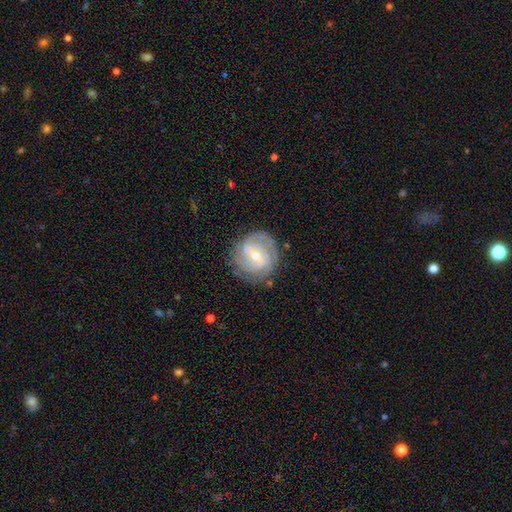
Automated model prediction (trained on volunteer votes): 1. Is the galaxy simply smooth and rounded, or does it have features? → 87% featured or disk, 8% smooth, 5% star or artifact.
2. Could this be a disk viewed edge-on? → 98% no, 2% yes.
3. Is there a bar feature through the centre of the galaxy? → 47% weak, 31% no, 21% strong.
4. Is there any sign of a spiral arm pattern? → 97% yes, 3% no.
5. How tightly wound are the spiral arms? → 69% tight, 26% medium, 5% loose.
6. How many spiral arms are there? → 31% 3, 28% 2, 20% can't tell, 11% 4, 5% more than 4, 5% 1.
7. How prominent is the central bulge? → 50% moderate, 47% small, 1% large, 1% none, 1% dominant.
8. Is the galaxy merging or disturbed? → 81% none, 13% minor disturbance, 4% major disturbance, 1% merger.